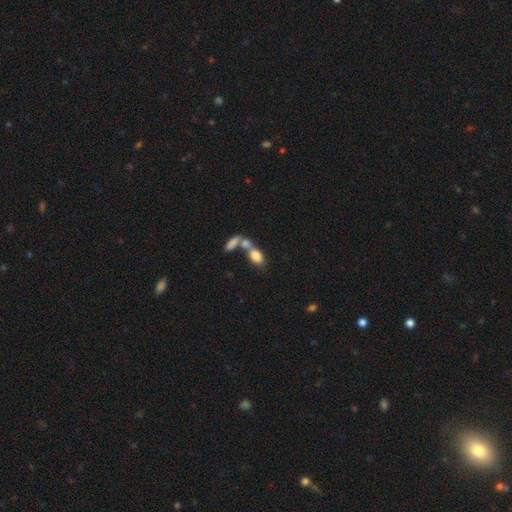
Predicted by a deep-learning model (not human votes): Smooth or featured: smooth — 78% (featured or disk — 14%)
How rounded: in between — 86% (round — 7%)
Merging: merger — 55% (none — 30%)